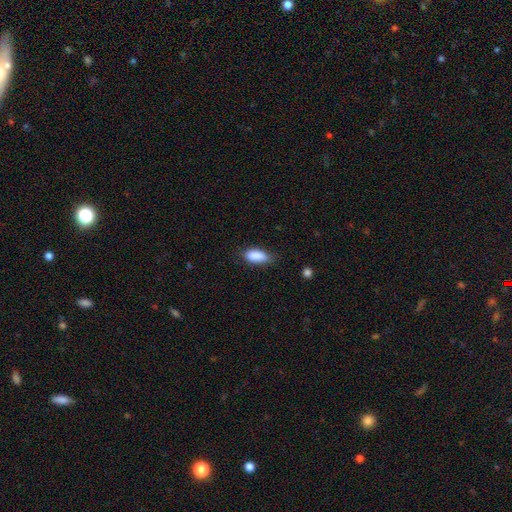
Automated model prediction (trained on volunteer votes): A smooth galaxy with no disk features (87%) that is in between round and cigar-shaped (80%). Merging: none (67%).